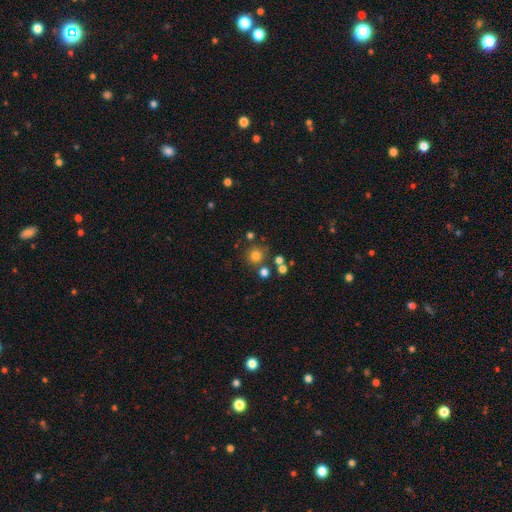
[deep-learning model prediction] The model was most divided on "smooth or featured": smooth: 76%, star or artifact: 16%, featured or disk: 8%. More confident: how rounded — round (92%); merging — none (77%).